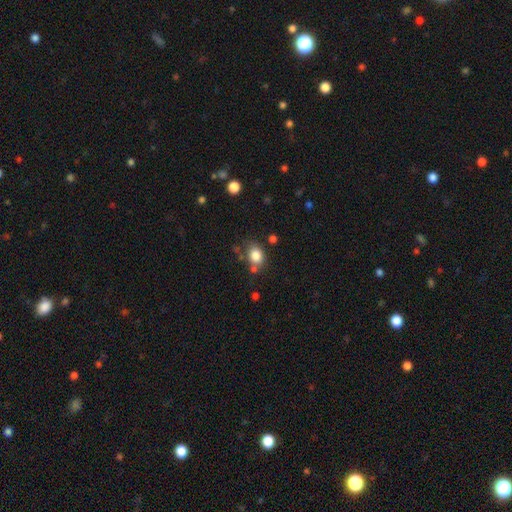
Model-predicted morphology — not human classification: smooth-or-featured: smooth: 82% | star or artifact: 10% | featured or disk: 8%
  how-rounded: in between: 55% | round: 44% | cigar-shaped: 1%
  merging: none: 63% | minor disturbance: 19% | merger: 12% | major disturbance: 6%